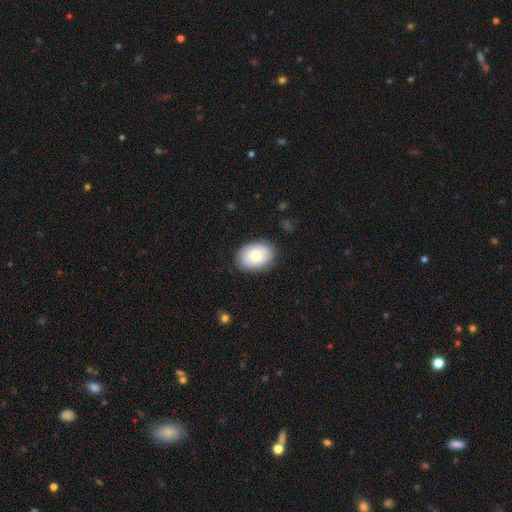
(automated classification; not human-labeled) A smooth galaxy with no disk features (76%) that is in between round and cigar-shaped (75%).

Vote fractions:
- Smooth or featured? smooth: 76% / featured or disk: 16% / star or artifact: 7%
- How rounded? in between: 75% / round: 24% / cigar-shaped: 1%
- Merging? none: 86% / minor disturbance: 11% / major disturbance: 2% / merger: 1%